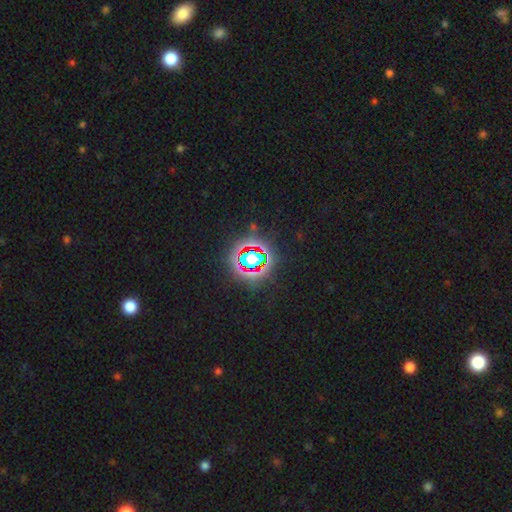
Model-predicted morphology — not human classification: type=star or artifact (83%).